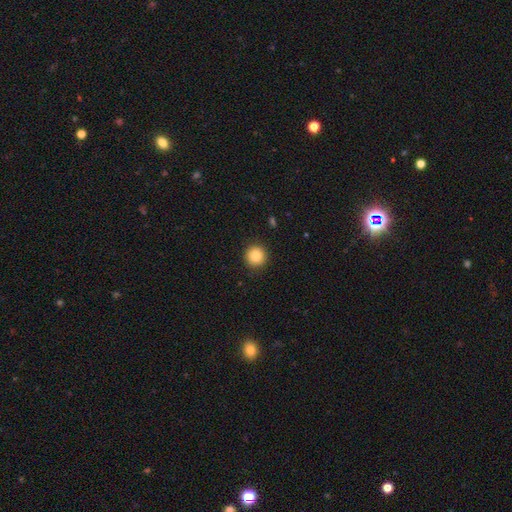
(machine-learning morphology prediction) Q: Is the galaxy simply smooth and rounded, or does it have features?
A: smooth — 85%.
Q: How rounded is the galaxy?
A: round — 94%.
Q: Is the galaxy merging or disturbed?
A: none — 91%.